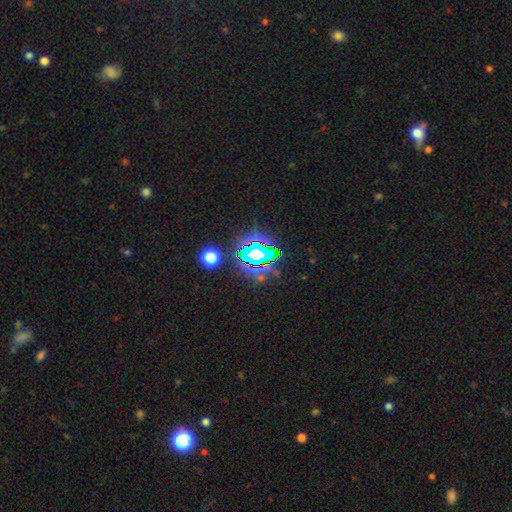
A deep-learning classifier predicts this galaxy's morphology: The model was most divided on "smooth or featured": star or artifact: 72%, smooth: 16%, featured or disk: 12%.